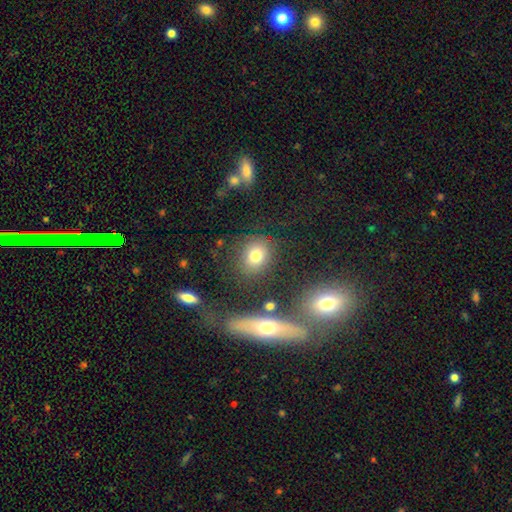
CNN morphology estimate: A smooth galaxy with no disk features (73%) that is round (60%).

Vote fractions:
- Smooth or featured? smooth: 73% / star or artifact: 16% / featured or disk: 11%
- How rounded? round: 60% / in between: 38% / cigar-shaped: 2%
- Merging? none: 79% / minor disturbance: 12% / major disturbance: 5% / merger: 5%